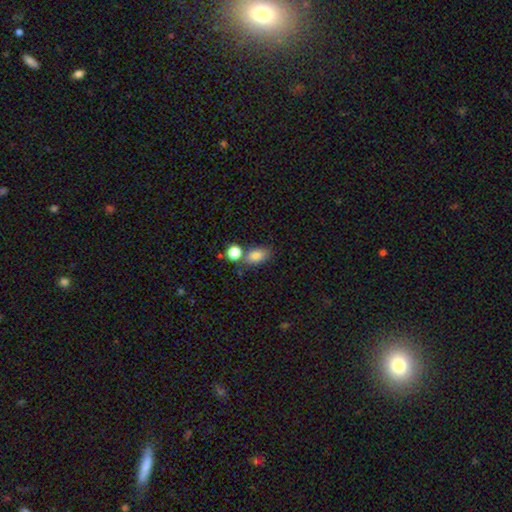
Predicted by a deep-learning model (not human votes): Smooth or featured?
  - smooth: 84% *
  - star or artifact: 10%
  - featured or disk: 6%
How rounded?
  - in between: 84% *
  - round: 14%
  - cigar-shaped: 2%
Merging?
  - none: 61% *
  - merger: 21%
  - minor disturbance: 14%
  - major disturbance: 4%